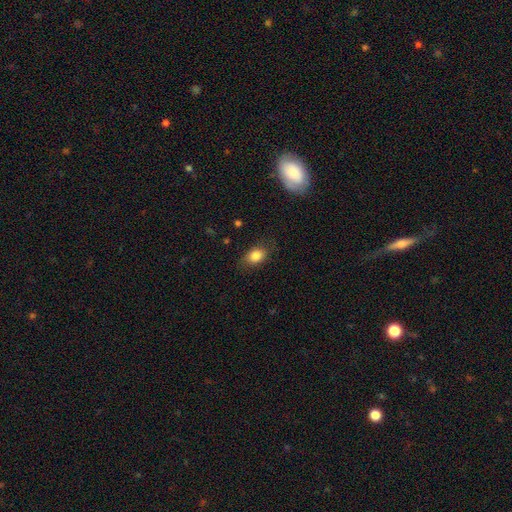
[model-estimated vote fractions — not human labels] The model was most divided on "how rounded": in between: 80%, round: 18%, cigar-shaped: 2%. More confident: smooth or featured — smooth (84%); merging — none (78%).